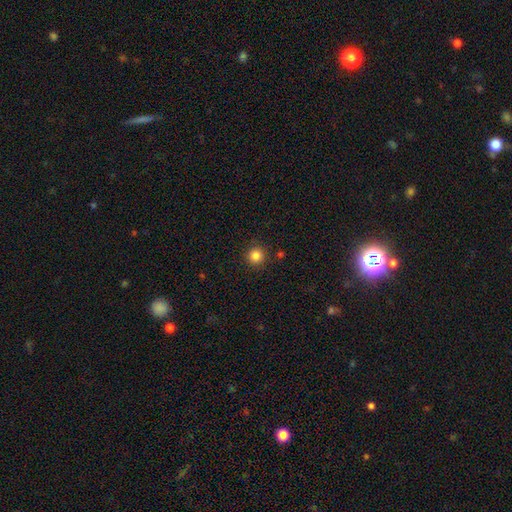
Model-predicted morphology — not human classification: smooth 85%, star or artifact 12%, featured or disk 4%. Down the decision tree: how rounded — round (95%); merging — none (90%).